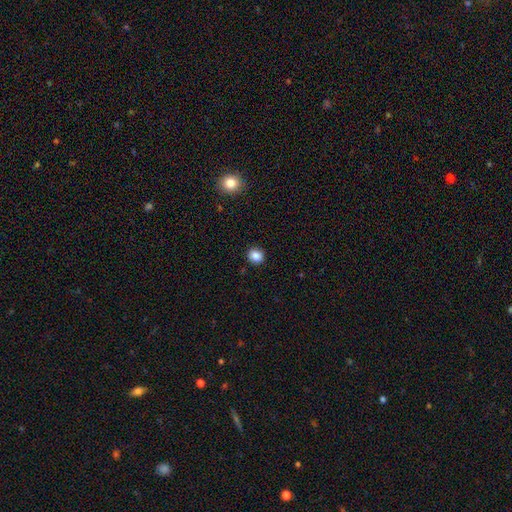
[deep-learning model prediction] Morphology: type=smooth (86%); roundness=round (80%); merging=none (91%).